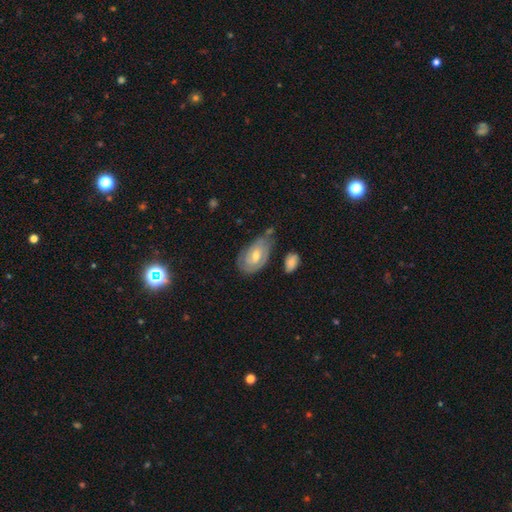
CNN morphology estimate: Overall: featured or disk (61%; smooth 31%). Edge-on disk: no (94%). Bar: no (55%; weak 37%). Spiral arms: yes (78%). Bulge size: moderate (61%; small 33%). Merging: none (54%; minor disturbance 29%).